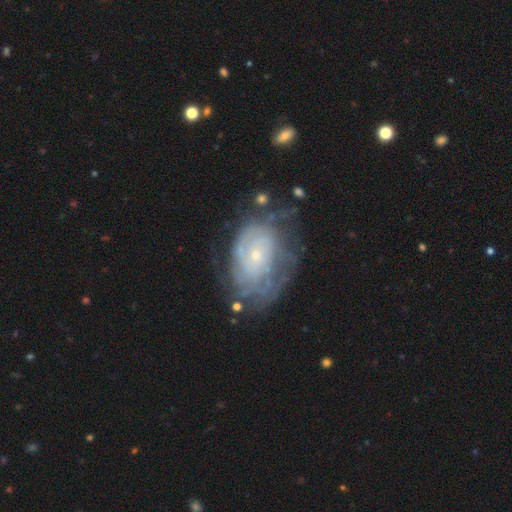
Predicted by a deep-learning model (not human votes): Overall: featured or disk (73%). Edge-on disk: no (96%). Bar: no (79%). Spiral arms: yes (77%). Spiral arm count: can't tell (61%). Spiral winding: tight (69%). Bulge size: small (77%). Merging: none (56%; minor disturbance 24%).